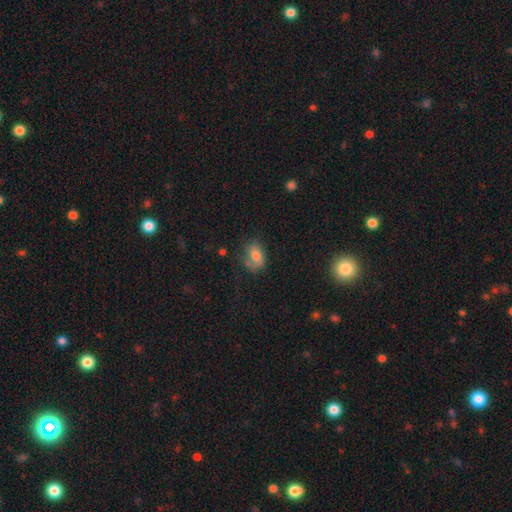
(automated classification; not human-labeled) smooth-or-featured: smooth: 69% | featured or disk: 20% | star or artifact: 10%
  how-rounded: in between: 82% | round: 15% | cigar-shaped: 3%
  merging: none: 51% | minor disturbance: 29% | major disturbance: 15% | merger: 6%